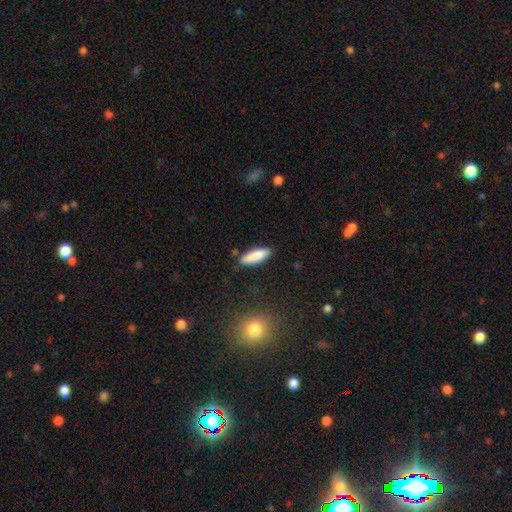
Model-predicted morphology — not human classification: A smooth galaxy with no disk features (88%) that is in between round and cigar-shaped (56%). Merging: none (84%).